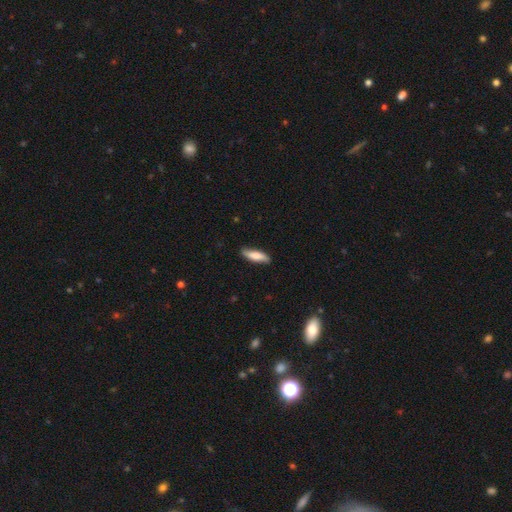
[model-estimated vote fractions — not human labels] Smooth or featured?
  - smooth: 72% *
  - featured or disk: 22%
  - star or artifact: 6%
How rounded?
  - cigar-shaped: 53% *
  - in between: 45%
  - round: 2%
Merging?
  - none: 82% *
  - minor disturbance: 14%
  - major disturbance: 2%
  - merger: 1%